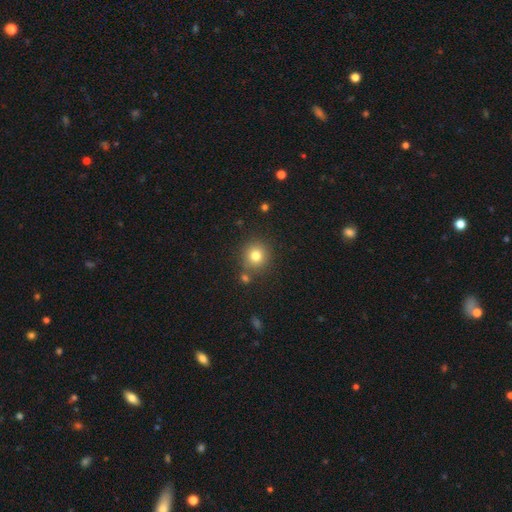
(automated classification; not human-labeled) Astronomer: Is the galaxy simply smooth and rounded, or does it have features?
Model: smooth — 79%.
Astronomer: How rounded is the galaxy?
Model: round — 92%.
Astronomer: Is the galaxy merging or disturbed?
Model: none — 80%.